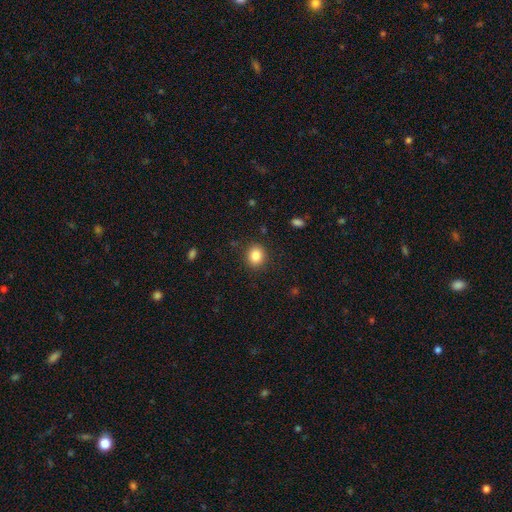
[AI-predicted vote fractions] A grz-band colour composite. It shows a smooth galaxy with no disk features (85%) that is round (74%). Merging: none (88%).